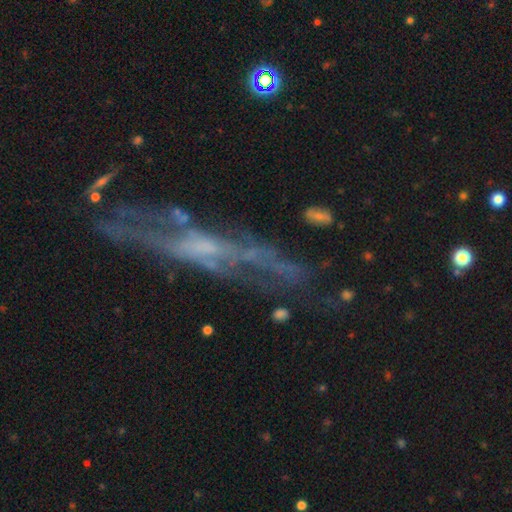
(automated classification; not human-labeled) Q: Smooth or featured?
A: featured or disk (75%); runner-up: smooth (15%)
Q: Edge-on disk?
A: yes (57%); runner-up: no (43%)
Q: Merging?
A: none (63%); runner-up: minor disturbance (19%)